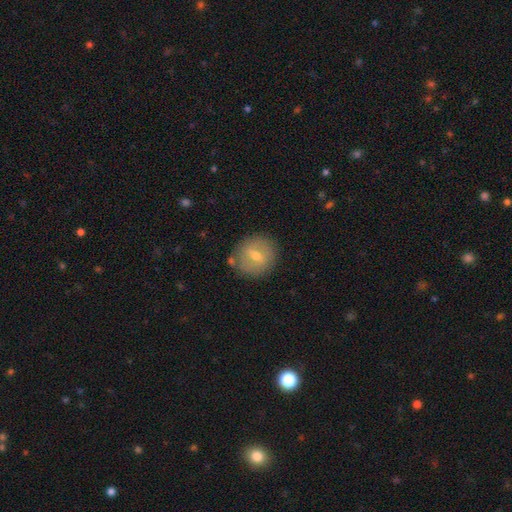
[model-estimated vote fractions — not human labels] Morphology: type=smooth (53%); roundness=round (88%); merging=none (83%).